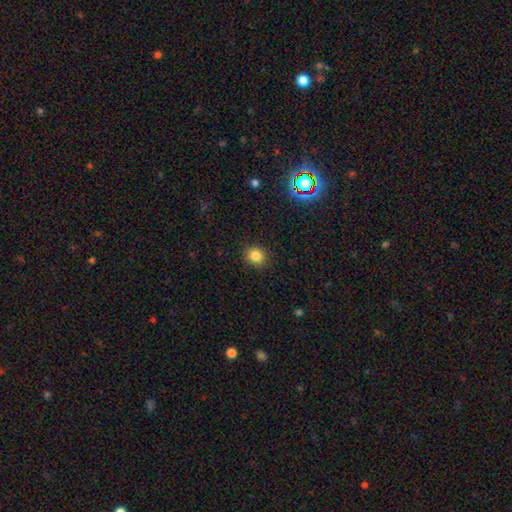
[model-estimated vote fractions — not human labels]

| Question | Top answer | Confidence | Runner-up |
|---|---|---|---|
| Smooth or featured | smooth | 82% | star or artifact (13%) |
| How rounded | round | 79% | in between (20%) |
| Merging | none | 89% | minor disturbance (8%) |